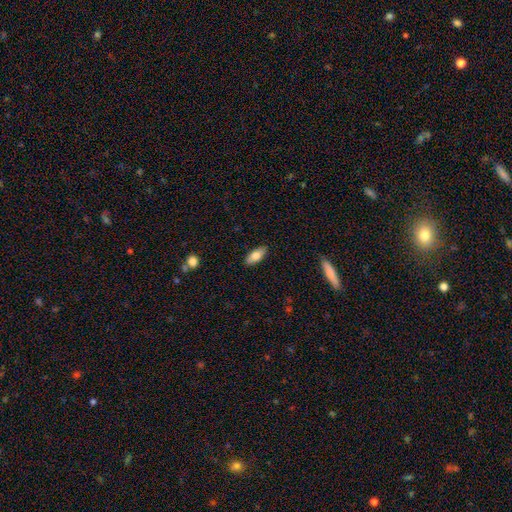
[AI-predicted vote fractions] A smooth galaxy with no disk features (76%) that is in between round and cigar-shaped (83%).

Vote fractions:
- Smooth or featured? smooth: 76% / featured or disk: 17% / star or artifact: 6%
- How rounded? in between: 83% / cigar-shaped: 15% / round: 2%
- Merging? none: 88% / minor disturbance: 9% / major disturbance: 2% / merger: 1%